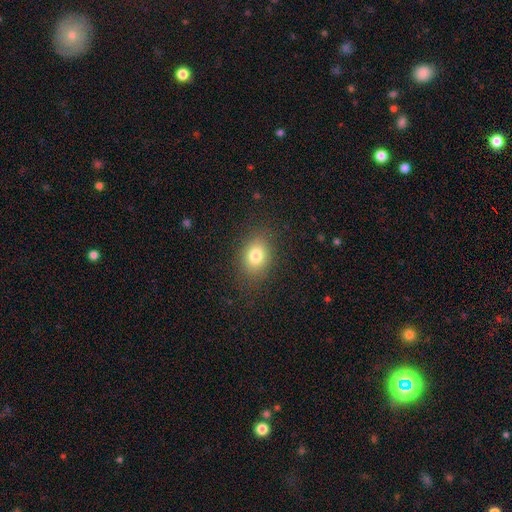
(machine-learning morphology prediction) Overall: smooth (80%). How rounded: in between (66%; round 33%). Merging: none (84%).